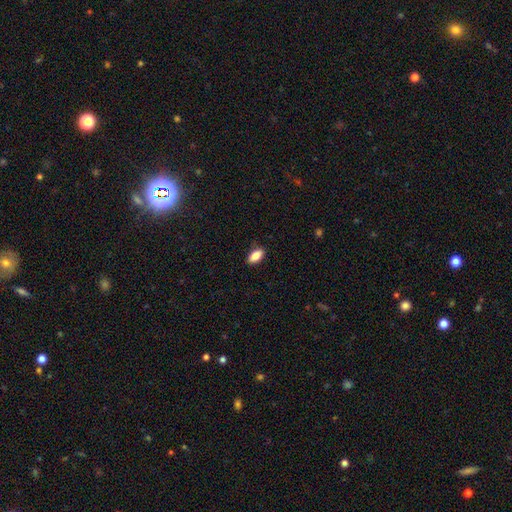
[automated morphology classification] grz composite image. It shows a smooth galaxy with no disk features (84%) that is in between round and cigar-shaped (90%). Merging: none (86%).